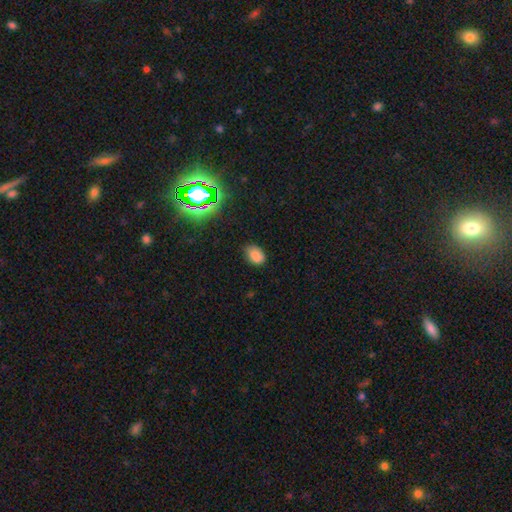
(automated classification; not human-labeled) smooth 79%, star or artifact 14%, featured or disk 7%. Down the decision tree: how rounded — in between (81%); merging — none (72%).